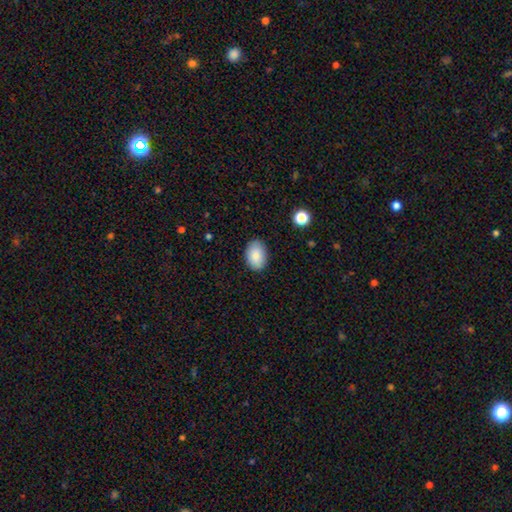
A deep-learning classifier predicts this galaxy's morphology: Smooth or featured? smooth (87%)
How rounded? in between (88%)
Merging? none (86%)